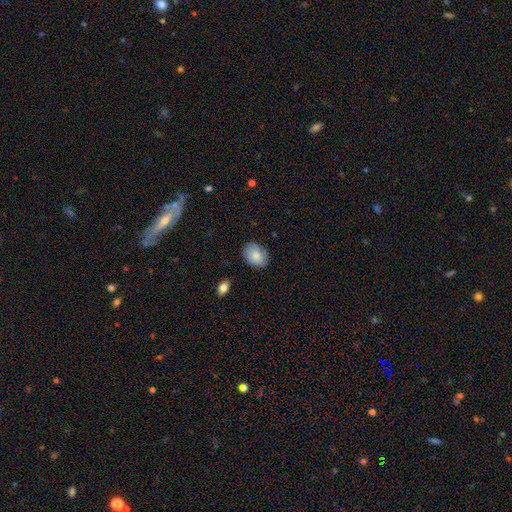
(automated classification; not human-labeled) This appears to be a smooth galaxy with no disk features (82%) that is in between round and cigar-shaped (73%). Merging: none (77%).